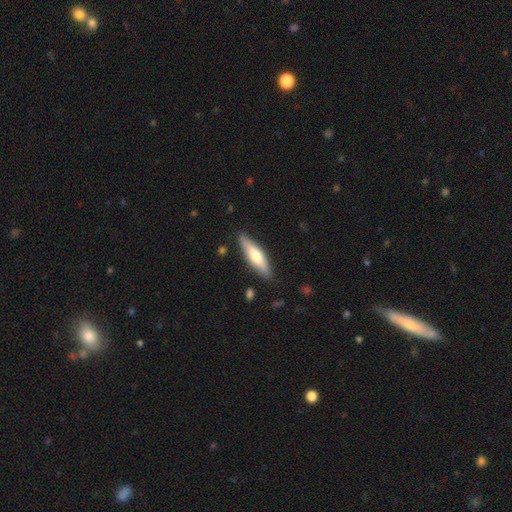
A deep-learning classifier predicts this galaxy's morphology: This appears to be a smooth galaxy with no disk features (55%) that is cigar-shaped (68%). Merging: none (86%).